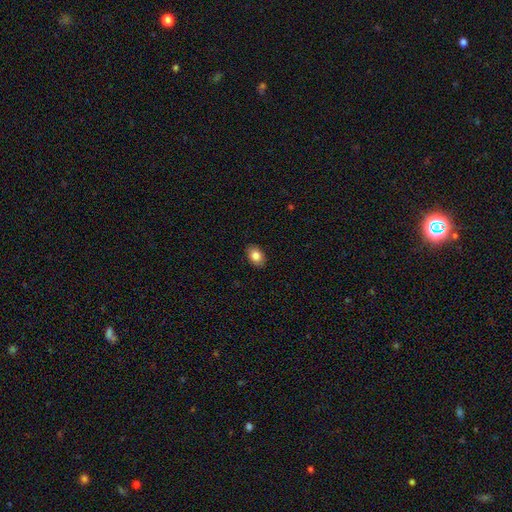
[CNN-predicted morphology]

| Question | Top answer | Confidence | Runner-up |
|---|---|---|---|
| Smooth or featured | smooth | 84% | featured or disk (8%) |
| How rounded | in between | 81% | round (18%) |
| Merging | none | 88% | minor disturbance (9%) |